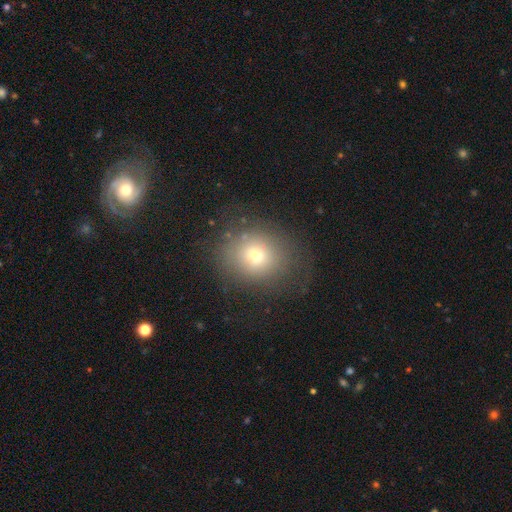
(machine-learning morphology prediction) Q: Smooth or featured?
A: smooth (68%); runner-up: star or artifact (16%)
Q: How rounded?
A: round (75%); runner-up: in between (24%)
Q: Merging?
A: none (71%); runner-up: minor disturbance (16%)